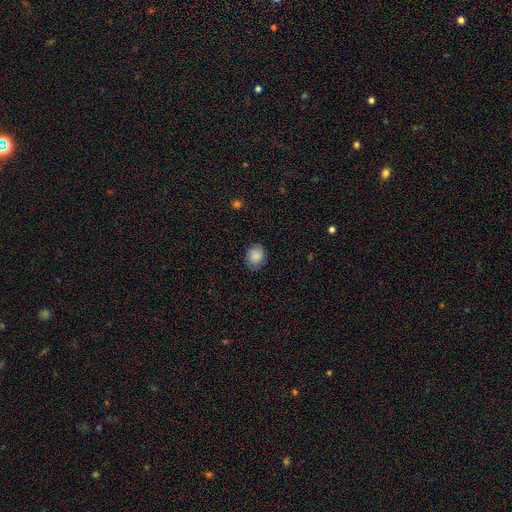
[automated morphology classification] A smooth galaxy with no disk features (86%) that is round (57%).

Vote fractions:
- Smooth or featured? smooth: 86% / star or artifact: 8% / featured or disk: 6%
- How rounded? round: 57% / in between: 42% / cigar-shaped: 1%
- Merging? none: 79% / minor disturbance: 17% / major disturbance: 3% / merger: 1%